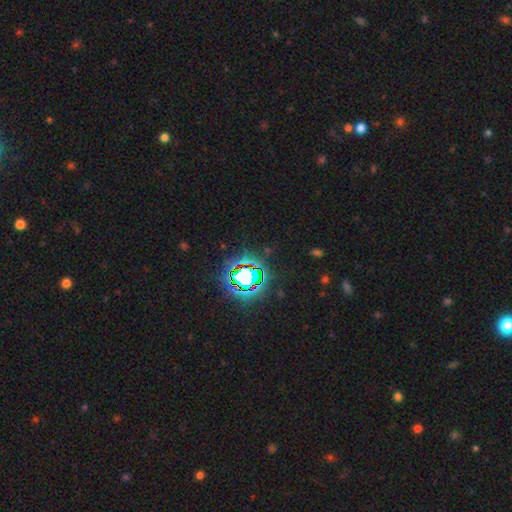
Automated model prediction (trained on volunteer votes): A star or artifact, not a galaxy (79%).

Vote fractions:
- Smooth or featured? star or artifact: 79% / smooth: 13% / featured or disk: 8%